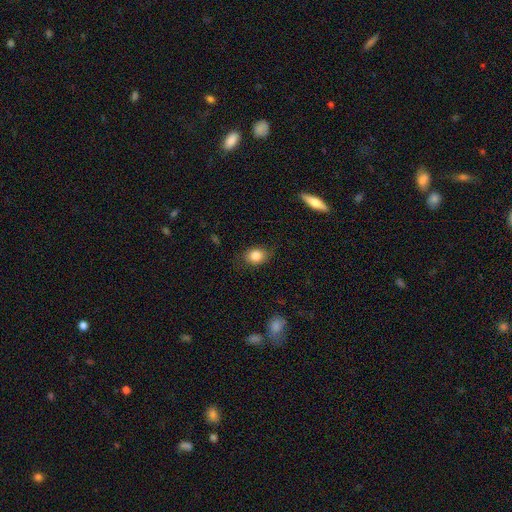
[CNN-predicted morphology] Smooth or featured? Predicted: smooth (p=0.83). How rounded? Predicted: in between (p=0.52). Merging? Predicted: none (p=0.74).